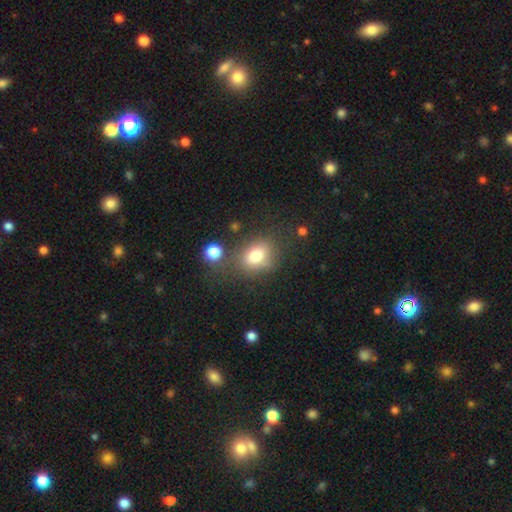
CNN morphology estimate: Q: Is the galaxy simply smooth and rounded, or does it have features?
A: smooth — 77%.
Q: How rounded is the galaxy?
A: in between — 55%.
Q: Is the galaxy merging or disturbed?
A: none — 65%.